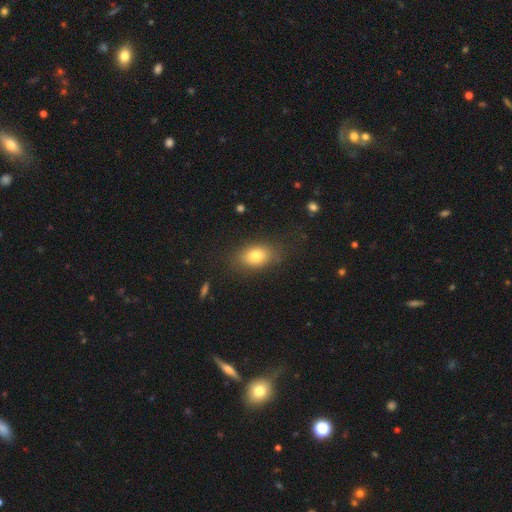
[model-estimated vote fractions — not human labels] Overall: smooth (78%). How rounded: in between (81%). Merging: none (78%).